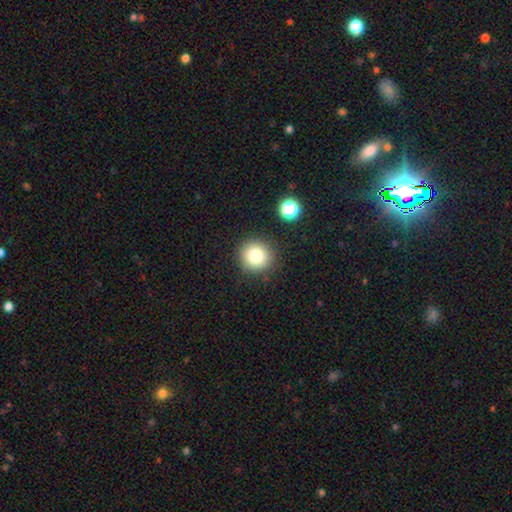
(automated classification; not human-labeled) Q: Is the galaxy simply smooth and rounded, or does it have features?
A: smooth — 79%.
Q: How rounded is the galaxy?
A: round — 94%.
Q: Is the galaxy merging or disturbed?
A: none — 88%.